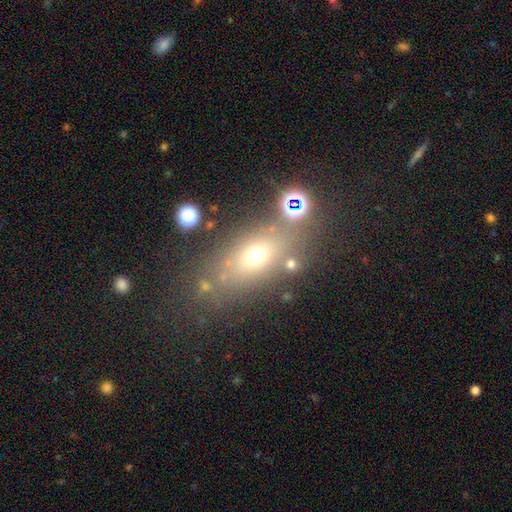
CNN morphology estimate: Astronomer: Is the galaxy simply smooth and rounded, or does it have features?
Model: smooth — 59%.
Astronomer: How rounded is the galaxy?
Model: in between — 66%.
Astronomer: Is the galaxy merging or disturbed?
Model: none — 70%.